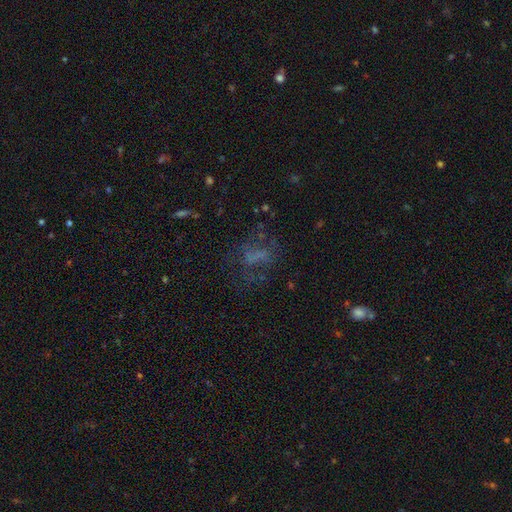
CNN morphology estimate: Q: Smooth or featured?
A: smooth (39%); runner-up: featured or disk (34%)
Q: Merging?
A: none (50%); runner-up: major disturbance (28%)